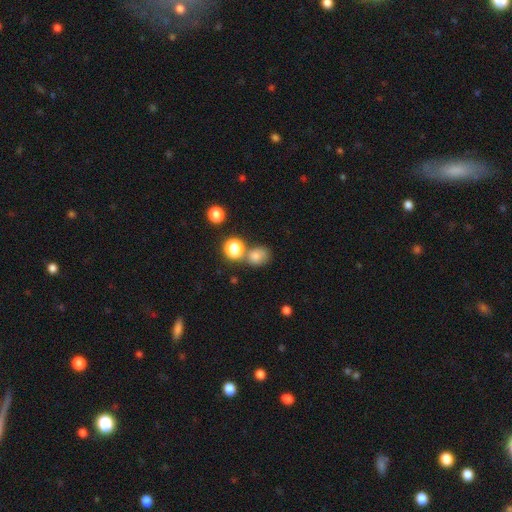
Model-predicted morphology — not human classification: This appears to be a smooth galaxy with no disk features (75%) that is round (64%). Merging: none (56%).